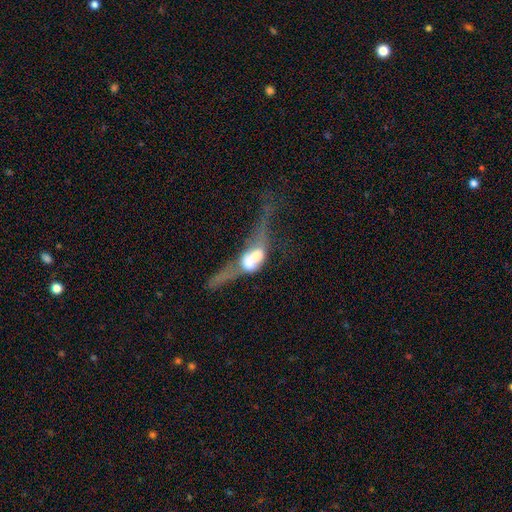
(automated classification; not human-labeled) Smooth or featured?
  - featured or disk: 51% *
  - smooth: 39%
  - star or artifact: 11%
Edge-on disk?
  - no: 59% *
  - yes: 41%
Merging?
  - merger: 59% *
  - major disturbance: 22%
  - none: 11%
  - minor disturbance: 7%